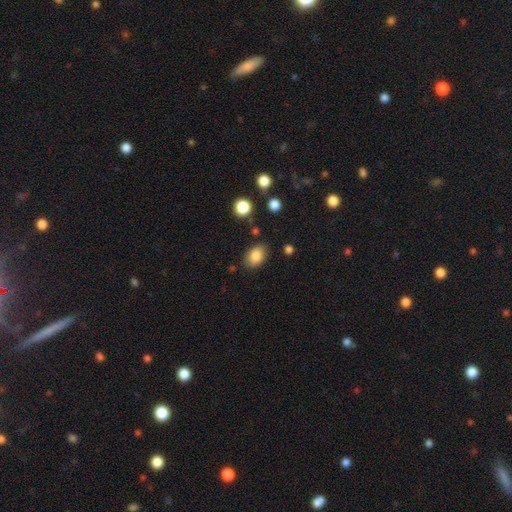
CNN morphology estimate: Smooth or featured?
  - smooth: 85% *
  - star or artifact: 8%
  - featured or disk: 6%
How rounded?
  - in between: 83% *
  - round: 16%
  - cigar-shaped: 1%
Merging?
  - none: 80% *
  - minor disturbance: 13%
  - major disturbance: 4%
  - merger: 2%